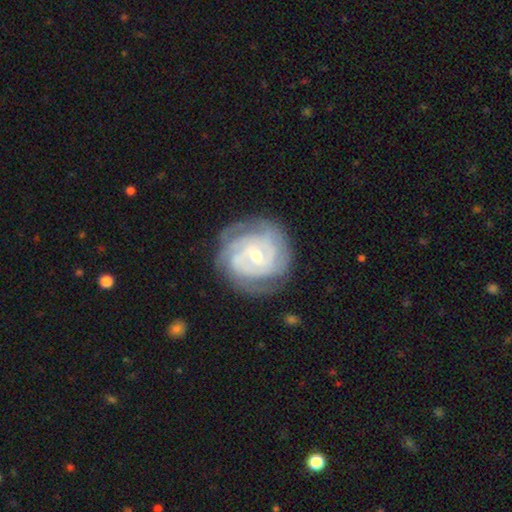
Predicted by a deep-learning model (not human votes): Smooth or featured? Predicted: featured or disk (p=0.86). Edge-on disk? Predicted: no (p=0.98). Bar? Predicted: no (p=0.52). Spiral arms? Predicted: yes (p=0.96). Spiral winding? Predicted: tight (p=0.72). Spiral arm count? Predicted: can't tell (p=0.29). Bulge size? Predicted: small (p=0.52). Merging? Predicted: none (p=0.76).